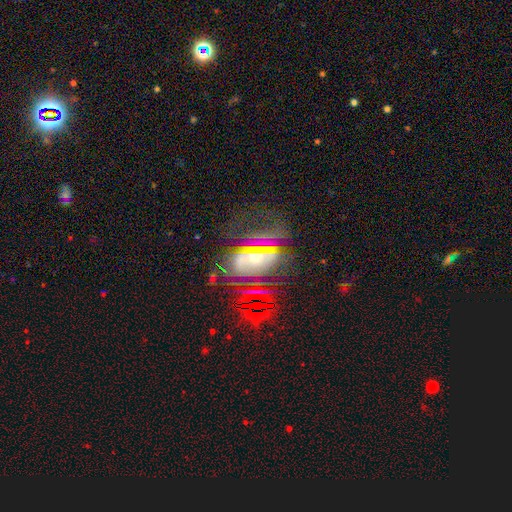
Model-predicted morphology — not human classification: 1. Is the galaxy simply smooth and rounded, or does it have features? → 53% featured or disk, 30% star or artifact, 17% smooth.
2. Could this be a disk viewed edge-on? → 83% no, 17% yes.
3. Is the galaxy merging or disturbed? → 56% none, 20% major disturbance, 20% minor disturbance, 4% merger.